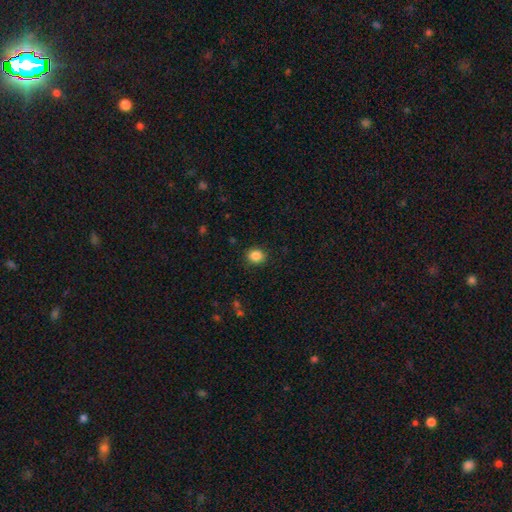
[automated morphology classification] Smooth or featured?
  - smooth: 86% *
  - star or artifact: 10%
  - featured or disk: 4%
How rounded?
  - round: 73% *
  - in between: 26%
  - cigar-shaped: 1%
Merging?
  - none: 89% *
  - minor disturbance: 8%
  - major disturbance: 2%
  - merger: 1%